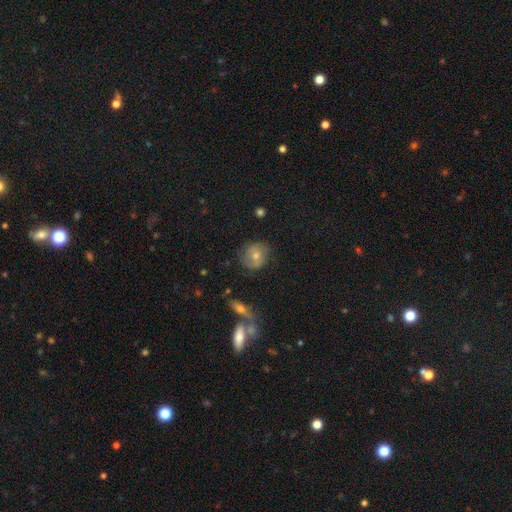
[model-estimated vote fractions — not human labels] This appears to be a featured or disk galaxy (47%). Merging: none (72%).